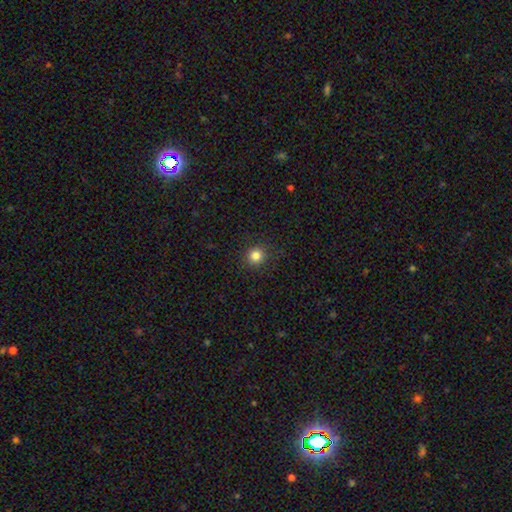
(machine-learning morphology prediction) Smooth or featured? smooth (83%)
How rounded? round (92%)
Merging? none (91%)